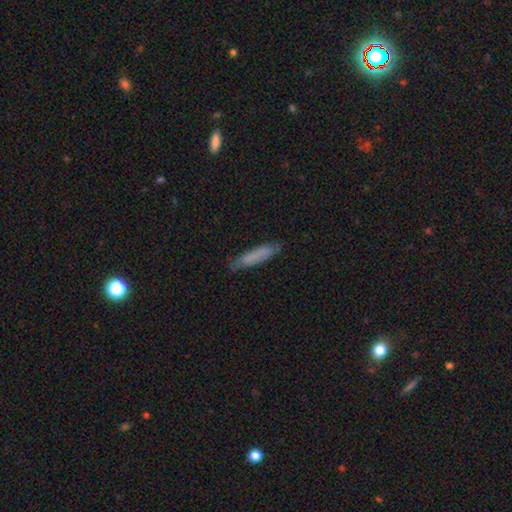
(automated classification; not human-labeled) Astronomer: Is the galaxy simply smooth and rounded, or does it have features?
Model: smooth — 74%.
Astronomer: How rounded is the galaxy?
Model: cigar-shaped — 87%.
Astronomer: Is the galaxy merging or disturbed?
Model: none — 80%.